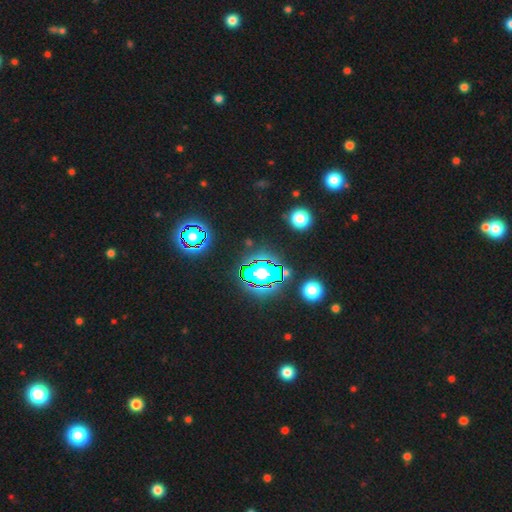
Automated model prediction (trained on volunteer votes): This appears to be a star or artifact, not a galaxy (84%).